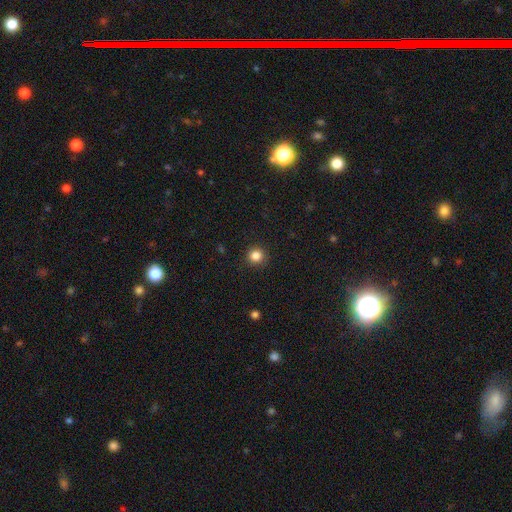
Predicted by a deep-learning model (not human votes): Morphology: type=smooth (85%); roundness=round (92%); merging=none (90%).